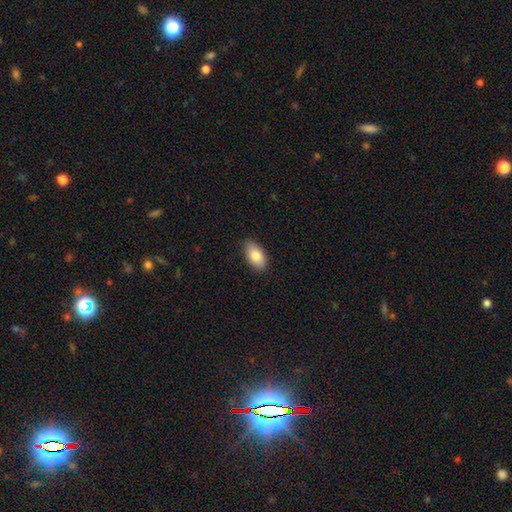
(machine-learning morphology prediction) Overall: smooth (82%). How rounded: in between (93%). Merging: none (88%).